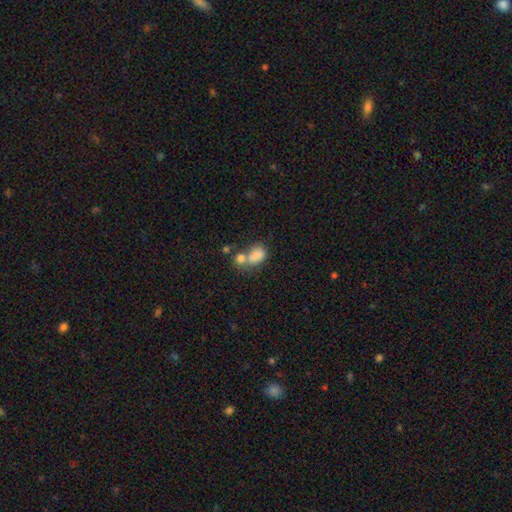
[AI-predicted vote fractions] This appears to be a smooth galaxy with no disk features (79%) that is in between round and cigar-shaped (76%). Merging: merger (52%).